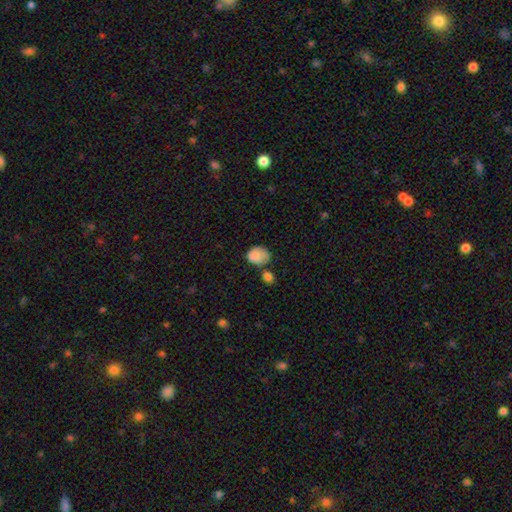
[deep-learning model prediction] The model was most divided on "how rounded": in between: 54%, round: 45%, cigar-shaped: 1%. Remaining: smooth or featured — smooth (82%); merging — none (39%).